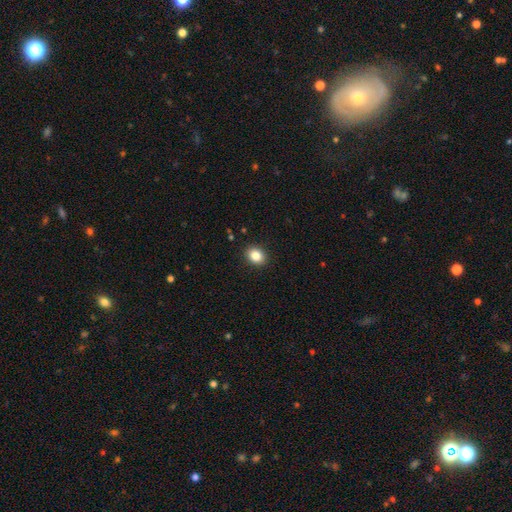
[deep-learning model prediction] Overall: smooth (85%). How rounded: in between (50%; round 49%). Merging: none (91%).